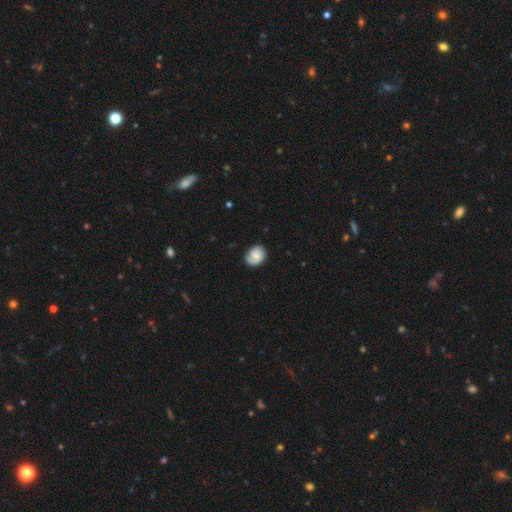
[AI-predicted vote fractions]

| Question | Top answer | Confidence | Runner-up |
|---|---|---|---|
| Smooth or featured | smooth | 64% | featured or disk (28%) |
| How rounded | round | 56% | in between (43%) |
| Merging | none | 73% | minor disturbance (21%) |